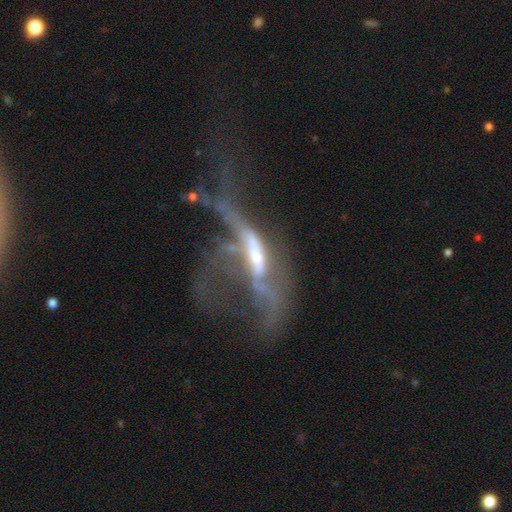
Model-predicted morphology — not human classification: Smooth or featured? Predicted: featured or disk (p=0.75). Edge-on disk? Predicted: no (p=0.67). Merging? Predicted: major disturbance (p=0.55).